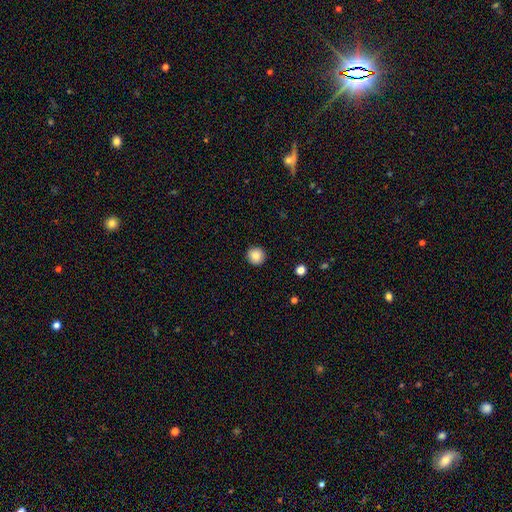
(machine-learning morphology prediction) Overall: smooth (86%). How rounded: round (96%). Merging: none (93%).